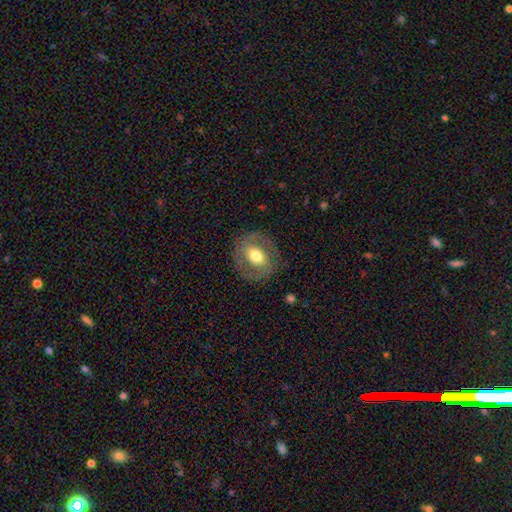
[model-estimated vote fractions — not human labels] smooth-or-featured: featured or disk: 49% | smooth: 44% | star or artifact: 7%
  merging: none: 81% | minor disturbance: 11% | major disturbance: 6% | merger: 1%